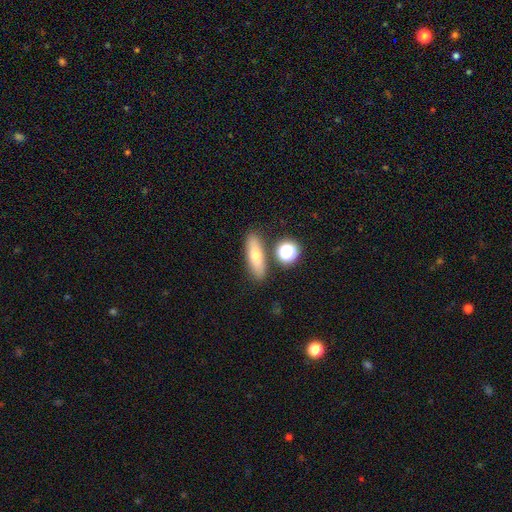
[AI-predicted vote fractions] Smooth or featured?
  - smooth: 65% *
  - featured or disk: 25%
  - star or artifact: 10%
How rounded?
  - cigar-shaped: 51% *
  - in between: 41%
  - round: 8%
Merging?
  - none: 81% *
  - minor disturbance: 9%
  - merger: 7%
  - major disturbance: 3%